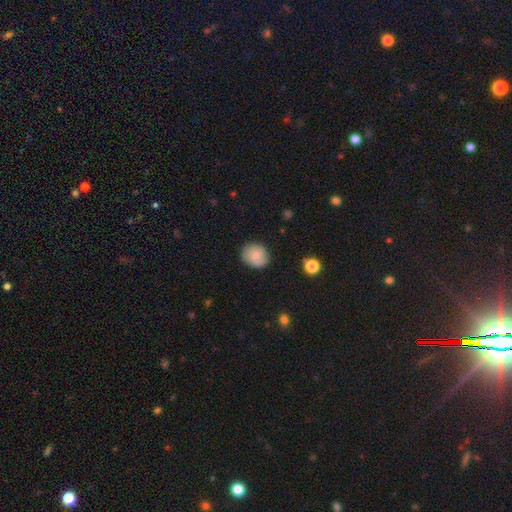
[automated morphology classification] Smooth or featured? smooth (78%)
How rounded? round (75%)
Merging? none (81%)